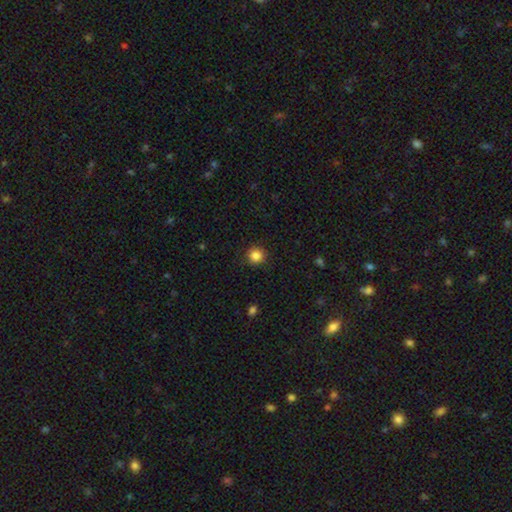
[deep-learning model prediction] Overall: smooth (85%). How rounded: round (94%). Merging: none (90%).